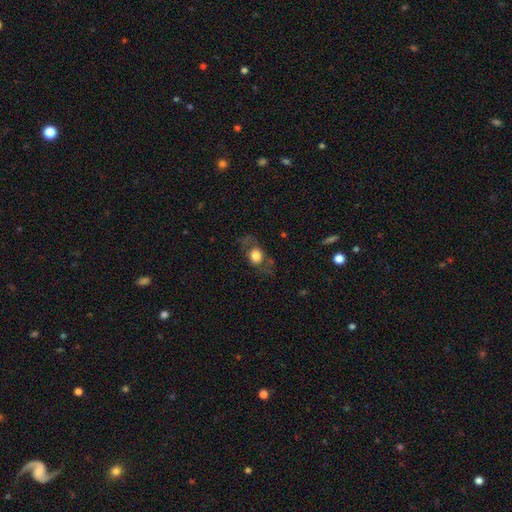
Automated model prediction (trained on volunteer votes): Morphology: type=smooth (62%); roundness=round (53%); merging=none (65%).